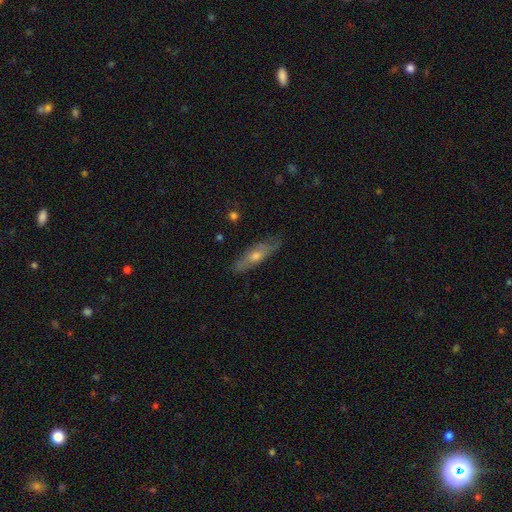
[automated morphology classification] Smooth or featured?
  - featured or disk: 53% *
  - smooth: 40%
  - star or artifact: 7%
Edge-on disk?
  - yes: 51% *
  - no: 49%
Merging?
  - none: 78% *
  - minor disturbance: 17%
  - major disturbance: 3%
  - merger: 1%